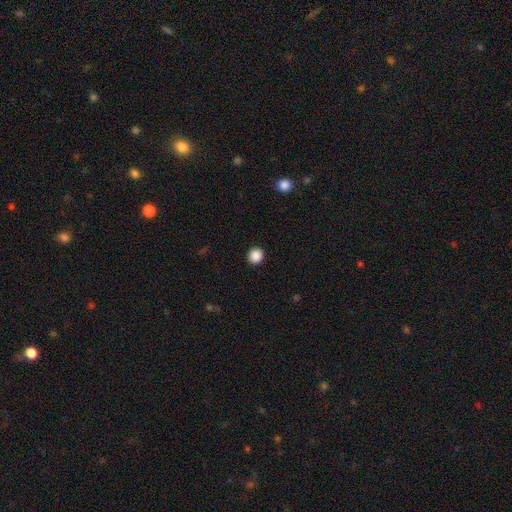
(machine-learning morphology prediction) Smooth or featured?
  - smooth: 88% *
  - star or artifact: 9%
  - featured or disk: 2%
How rounded?
  - round: 92% *
  - in between: 7%
  - cigar-shaped: 1%
Merging?
  - none: 92% *
  - minor disturbance: 5%
  - major disturbance: 2%
  - merger: 1%